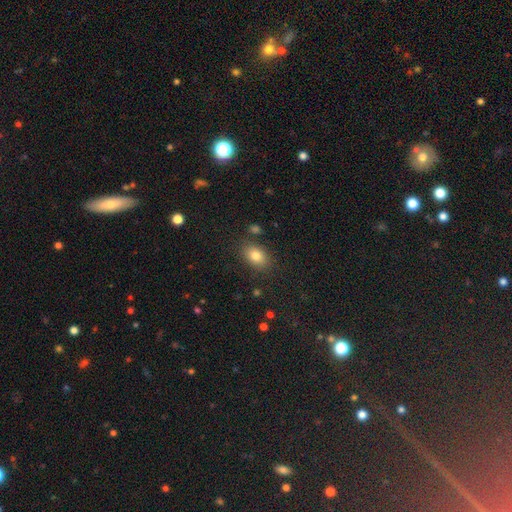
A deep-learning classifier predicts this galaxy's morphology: Smooth or featured?
  - smooth: 82% *
  - star or artifact: 10%
  - featured or disk: 8%
How rounded?
  - in between: 79% *
  - round: 19%
  - cigar-shaped: 1%
Merging?
  - none: 81% *
  - minor disturbance: 12%
  - major disturbance: 4%
  - merger: 3%